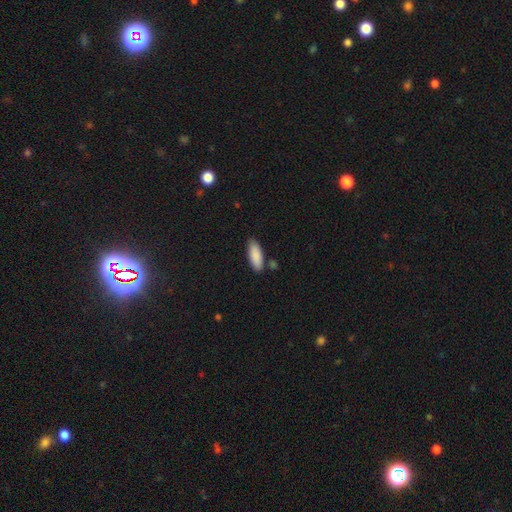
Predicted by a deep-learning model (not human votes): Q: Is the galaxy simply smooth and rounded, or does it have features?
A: smooth — 88%.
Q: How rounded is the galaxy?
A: in between — 72%.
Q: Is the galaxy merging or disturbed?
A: none — 79%.